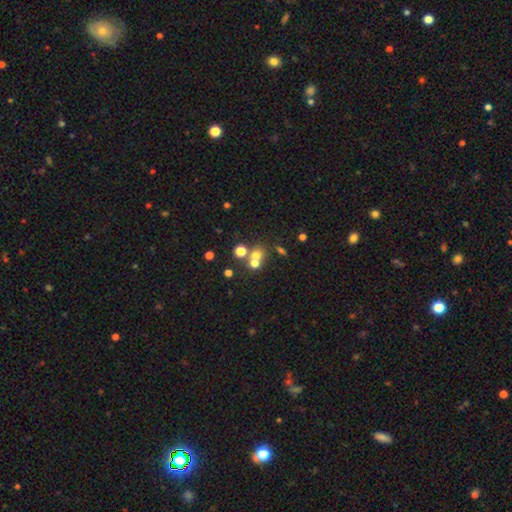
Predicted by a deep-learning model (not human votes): Smooth or featured? Predicted: smooth (p=0.59). How rounded? Predicted: round (p=0.78). Merging? Predicted: none (p=0.46).